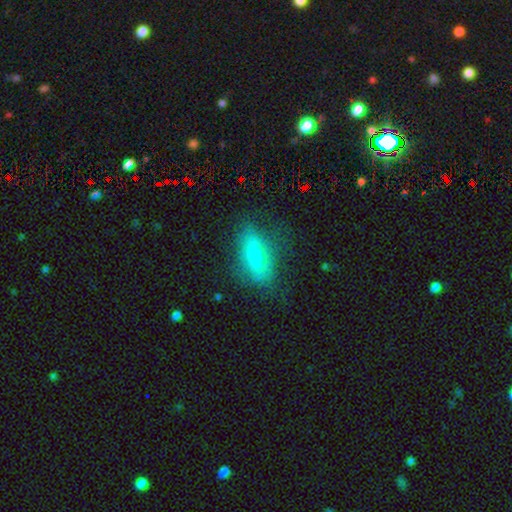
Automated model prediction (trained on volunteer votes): A smooth galaxy with no disk features (68%) that is in between round and cigar-shaped (55%). Merging: none (67%).